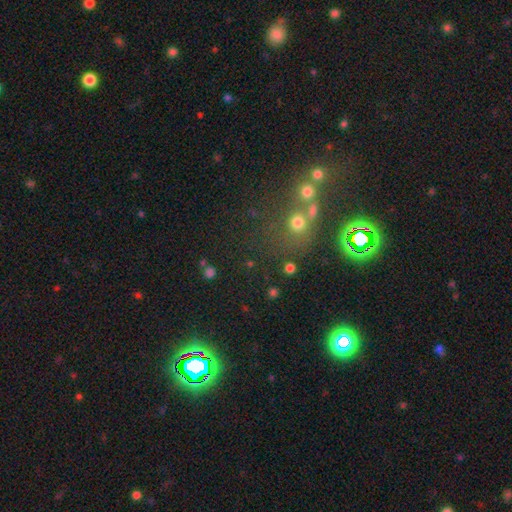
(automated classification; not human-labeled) Overall: star or artifact (57%; smooth 32%).